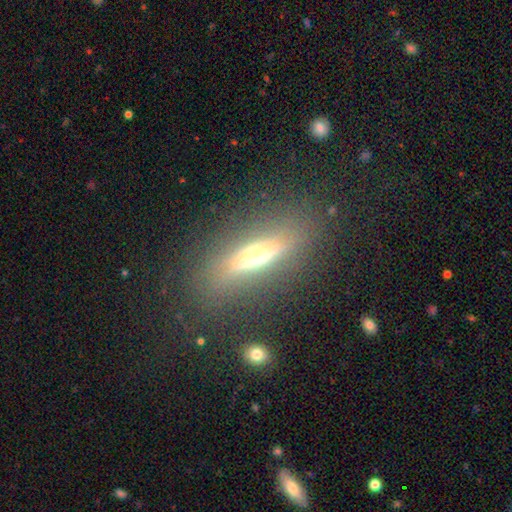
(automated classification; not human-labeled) featured or disk 57%, smooth 34%, star or artifact 9%. Down the decision tree: edge-on disk — yes (79%); merging — none (80%).